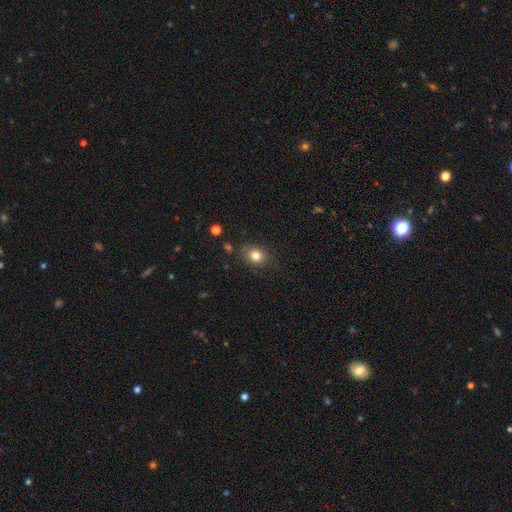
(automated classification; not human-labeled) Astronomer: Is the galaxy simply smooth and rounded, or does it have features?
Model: smooth — 81%.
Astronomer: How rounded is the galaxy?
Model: round — 58% (runner-up: in between, 41%).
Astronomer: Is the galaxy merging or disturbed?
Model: none — 80%.